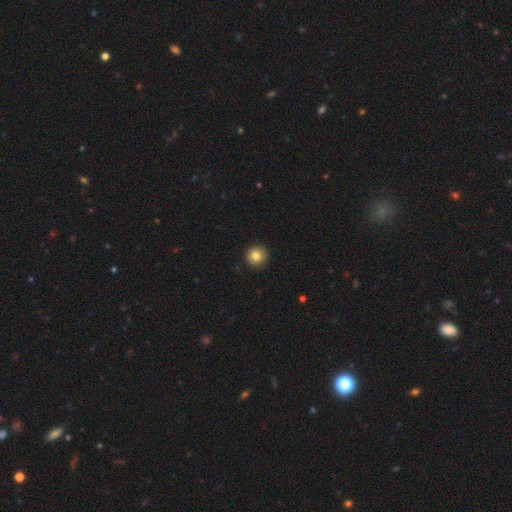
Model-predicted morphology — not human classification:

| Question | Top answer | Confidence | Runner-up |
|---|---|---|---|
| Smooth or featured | smooth | 83% | star or artifact (10%) |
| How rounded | round | 94% | in between (5%) |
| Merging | none | 93% | minor disturbance (5%) |